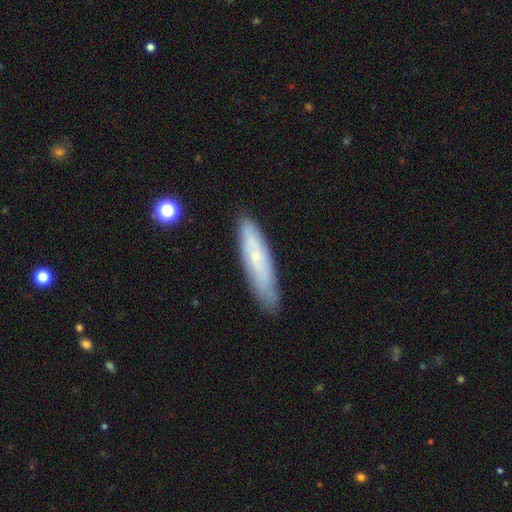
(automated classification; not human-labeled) Smooth or featured? smooth (49%)
Merging? none (80%)